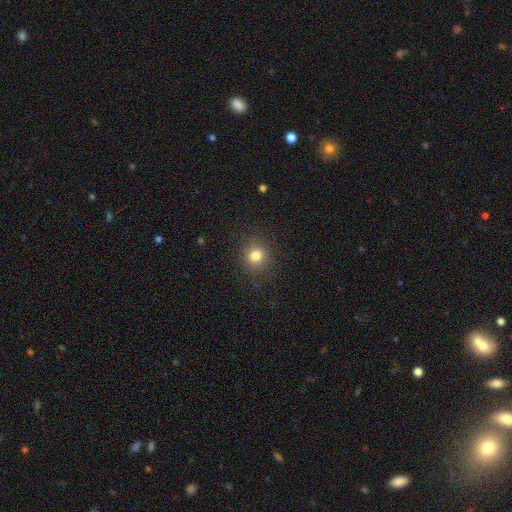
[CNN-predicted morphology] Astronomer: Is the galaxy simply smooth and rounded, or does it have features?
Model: smooth — 81%.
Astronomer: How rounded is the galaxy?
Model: round — 87%.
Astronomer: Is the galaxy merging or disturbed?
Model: none — 89%.